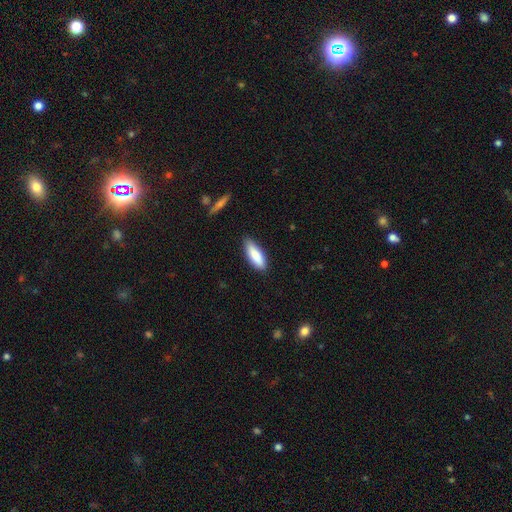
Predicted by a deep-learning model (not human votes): Q: Smooth or featured?
A: smooth (85%); runner-up: featured or disk (9%)
Q: How rounded?
A: in between (63%); runner-up: cigar-shaped (36%)
Q: Merging?
A: none (83%); runner-up: minor disturbance (13%)